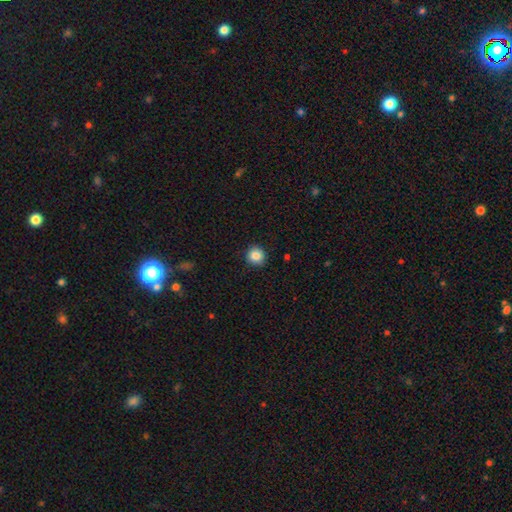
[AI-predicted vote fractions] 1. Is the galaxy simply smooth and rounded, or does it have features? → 86% smooth, 10% star or artifact, 5% featured or disk.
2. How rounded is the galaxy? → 91% round, 8% in between, 1% cigar-shaped.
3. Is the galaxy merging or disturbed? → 90% none, 7% minor disturbance, 2% major disturbance, 1% merger.